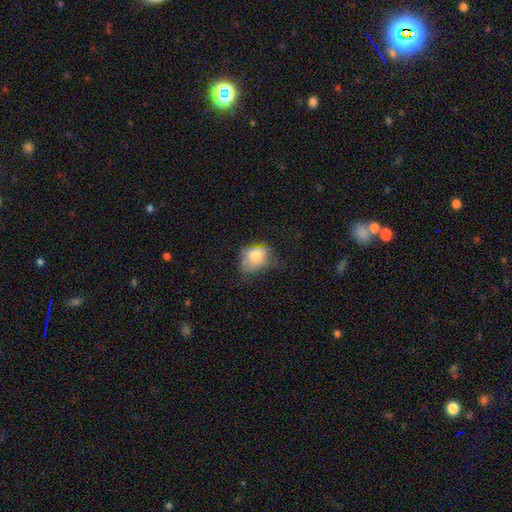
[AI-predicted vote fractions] smooth_or_featured: smooth (p=0.74) [alt: featured or disk p=0.17]
how_rounded: in between (p=0.60) [alt: round p=0.39]
merging: none (p=0.42) [alt: minor disturbance p=0.35]